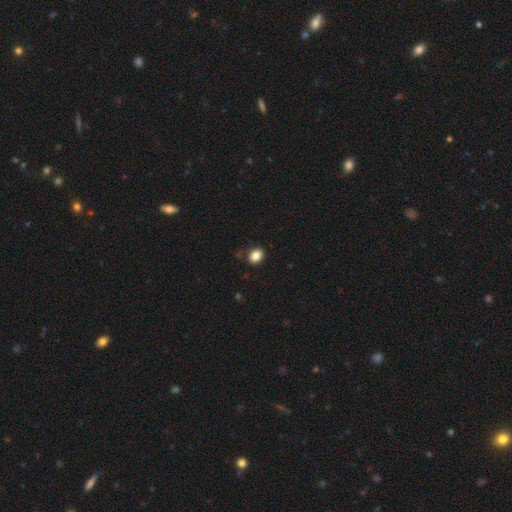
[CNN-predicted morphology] A smooth galaxy with no disk features (85%) that is in between round and cigar-shaped (55%).

Vote fractions:
- Smooth or featured? smooth: 85% / star or artifact: 10% / featured or disk: 5%
- How rounded? in between: 55% / round: 44% / cigar-shaped: 1%
- Merging? none: 84% / minor disturbance: 12% / major disturbance: 3% / merger: 1%